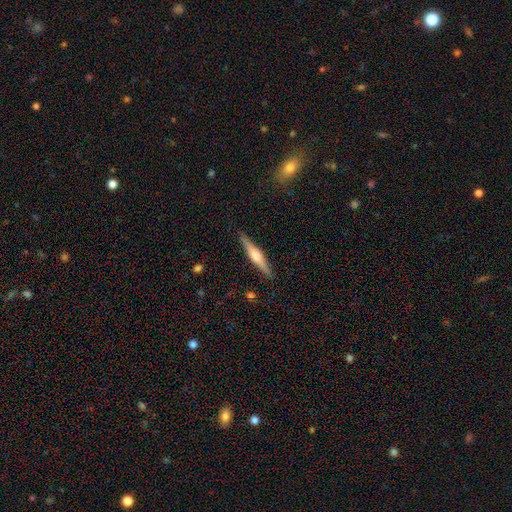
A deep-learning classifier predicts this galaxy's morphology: Smooth or featured? featured or disk (62%)
Edge-on disk? yes (97%)
Edge-on bulge? rounded (72%)
Merging? none (89%)